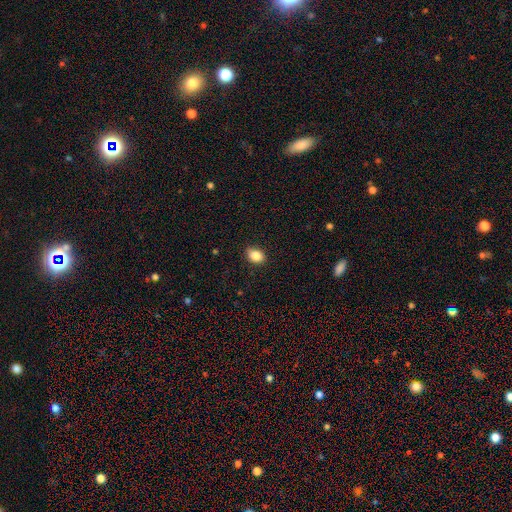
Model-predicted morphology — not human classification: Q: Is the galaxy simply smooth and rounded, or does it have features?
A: smooth — 86%.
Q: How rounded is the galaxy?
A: in between — 71%.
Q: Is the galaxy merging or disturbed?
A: none — 83%.